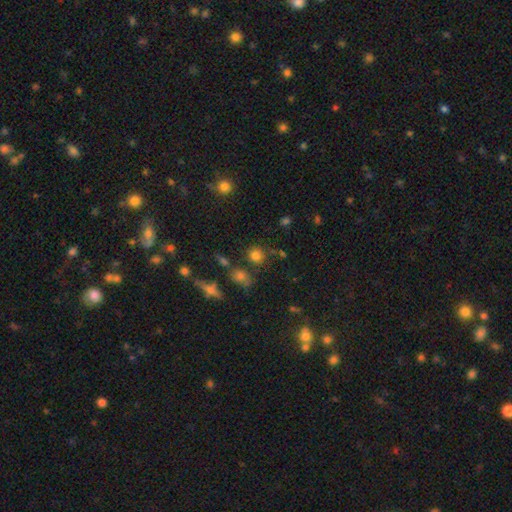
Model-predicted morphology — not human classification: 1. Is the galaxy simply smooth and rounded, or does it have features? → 75% smooth, 16% star or artifact, 8% featured or disk.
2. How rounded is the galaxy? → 87% round, 12% in between, 1% cigar-shaped.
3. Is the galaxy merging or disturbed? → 77% none, 11% minor disturbance, 9% merger, 4% major disturbance.